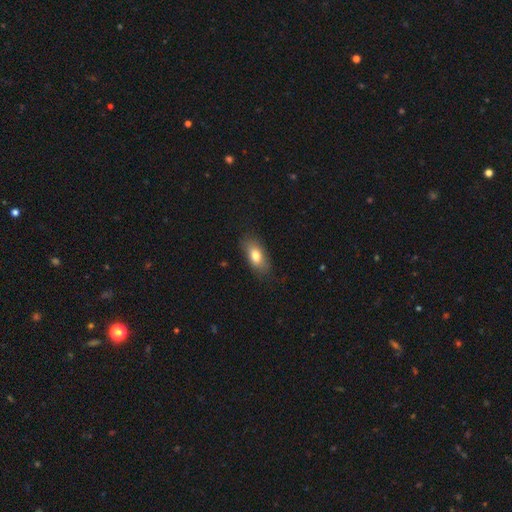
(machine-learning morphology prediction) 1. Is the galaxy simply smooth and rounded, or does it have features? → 78% smooth, 15% featured or disk, 8% star or artifact.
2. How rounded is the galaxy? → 86% in between, 8% cigar-shaped, 6% round.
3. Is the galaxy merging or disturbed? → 79% none, 16% minor disturbance, 4% major disturbance, 1% merger.